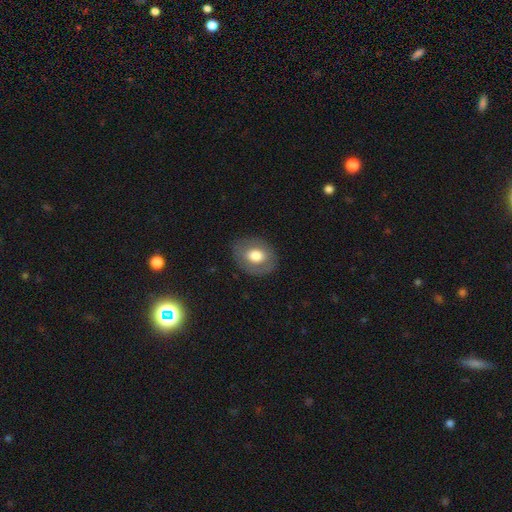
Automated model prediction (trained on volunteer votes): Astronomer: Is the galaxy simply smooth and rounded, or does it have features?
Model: smooth — 68%.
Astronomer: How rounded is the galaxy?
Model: in between — 60% (runner-up: round, 39%).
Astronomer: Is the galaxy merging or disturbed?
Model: none — 83%.